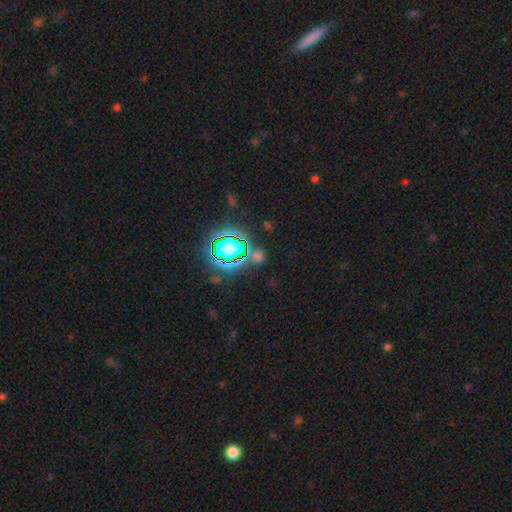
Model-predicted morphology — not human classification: star or artifact 57%, smooth 34%, featured or disk 10%.